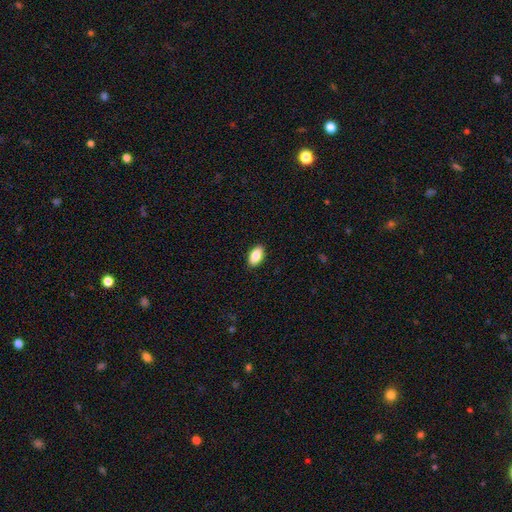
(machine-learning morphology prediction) Overall: smooth (86%). How rounded: in between (93%). Merging: none (90%).